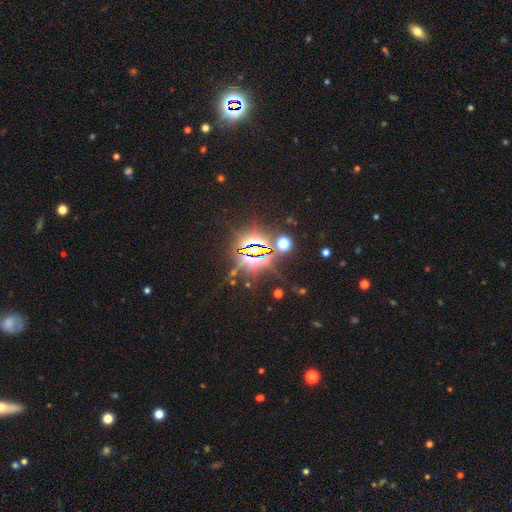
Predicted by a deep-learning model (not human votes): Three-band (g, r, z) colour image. It shows a star or artifact, not a galaxy (82%).